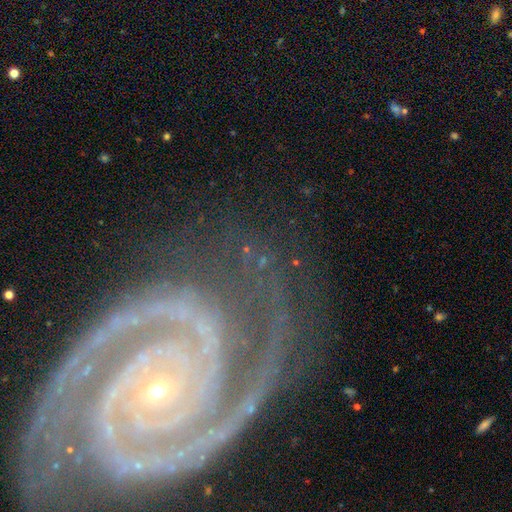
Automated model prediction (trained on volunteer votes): Overall: featured or disk (92%). Edge-on disk: no (98%). Bar: no (66%). Spiral arms: yes (99%). Spiral arm count: 2 (75%). Spiral winding: tight (78%). Bulge size: small (86%). Merging: none (75%).